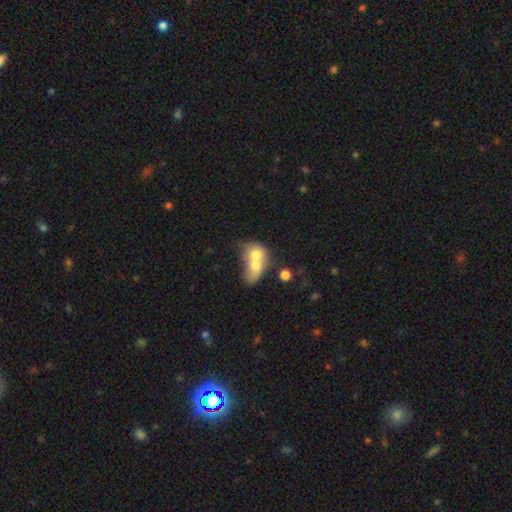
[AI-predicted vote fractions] smooth 66%, featured or disk 26%, star or artifact 8%. Down the decision tree: how rounded — in between (63%); merging — merger (80%).